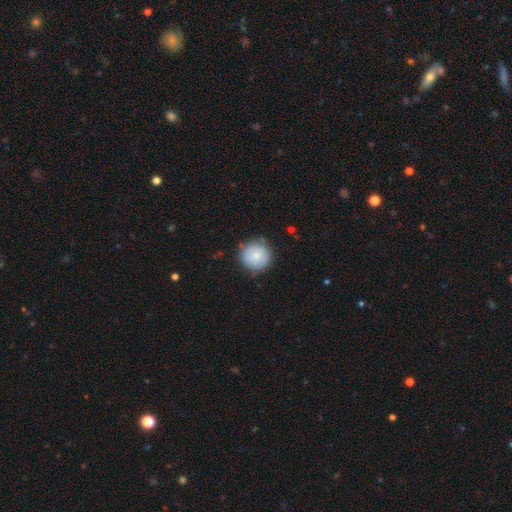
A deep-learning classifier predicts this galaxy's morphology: Smooth or featured: smooth — 80% (featured or disk — 13%)
How rounded: round — 95% (in between — 4%)
Merging: none — 83% (minor disturbance — 13%)